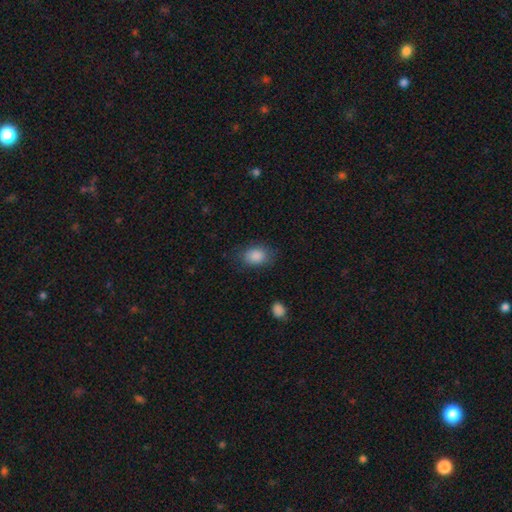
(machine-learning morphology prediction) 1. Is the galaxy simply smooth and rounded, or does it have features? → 87% smooth, 8% star or artifact, 5% featured or disk.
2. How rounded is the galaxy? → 74% in between, 25% round, 1% cigar-shaped.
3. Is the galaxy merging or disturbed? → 79% none, 15% minor disturbance, 5% major disturbance, 1% merger.